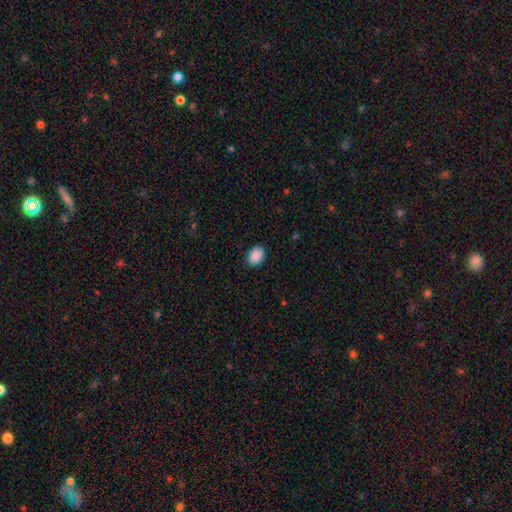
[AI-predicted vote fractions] smooth-or-featured: smooth: 88% | star or artifact: 8% | featured or disk: 5%
  how-rounded: in between: 70% | round: 29% | cigar-shaped: 1%
  merging: none: 87% | minor disturbance: 10% | major disturbance: 2% | merger: 1%